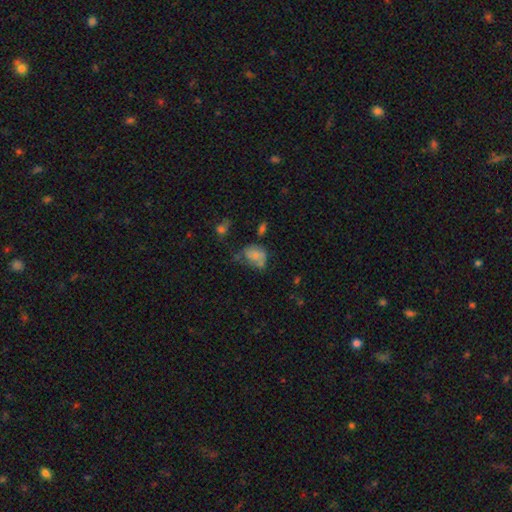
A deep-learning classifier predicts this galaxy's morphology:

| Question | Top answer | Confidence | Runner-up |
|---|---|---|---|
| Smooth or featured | smooth | 65% | featured or disk (23%) |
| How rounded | in between | 65% | round (33%) |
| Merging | none | 32% | minor disturbance (30%) |